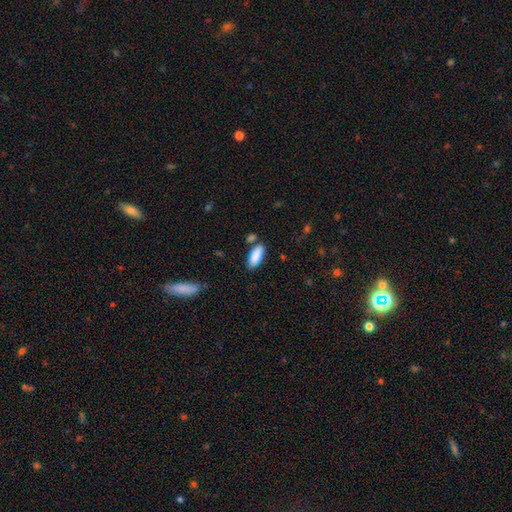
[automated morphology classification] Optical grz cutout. It shows a smooth galaxy with no disk features (88%) that is in between round and cigar-shaped (76%). Merging: none (76%).